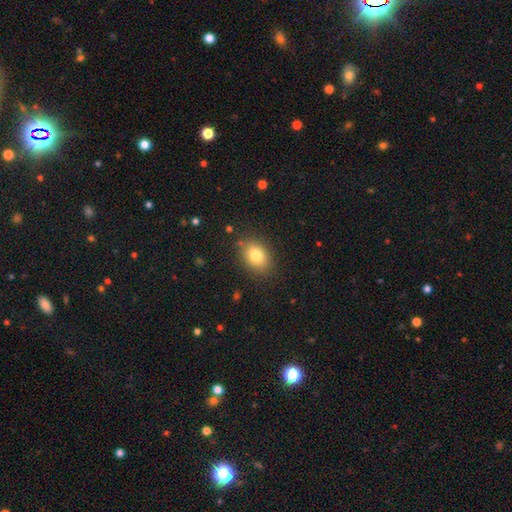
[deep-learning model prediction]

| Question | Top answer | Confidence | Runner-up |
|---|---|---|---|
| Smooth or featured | smooth | 80% | featured or disk (10%) |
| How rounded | in between | 69% | round (29%) |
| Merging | none | 84% | minor disturbance (11%) |